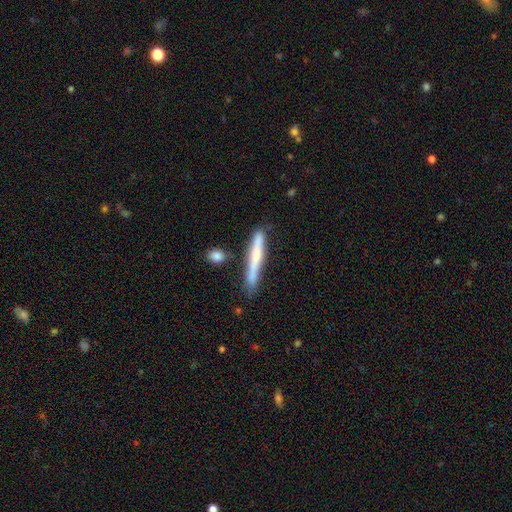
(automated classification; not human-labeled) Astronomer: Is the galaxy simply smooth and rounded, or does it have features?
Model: smooth — 50% (runner-up: featured or disk, 44%).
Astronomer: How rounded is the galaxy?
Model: cigar-shaped — 95%.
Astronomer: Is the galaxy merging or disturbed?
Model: none — 74%.